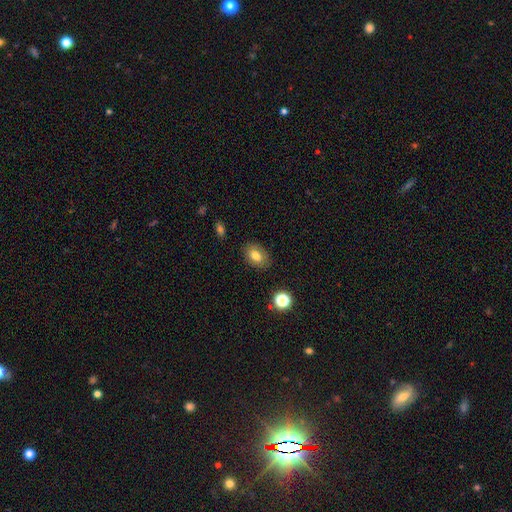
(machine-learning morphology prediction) The model was most divided on "how rounded": in between: 78%, round: 21%, cigar-shaped: 1%. More confident: merging — none (85%); smooth or featured — smooth (78%).